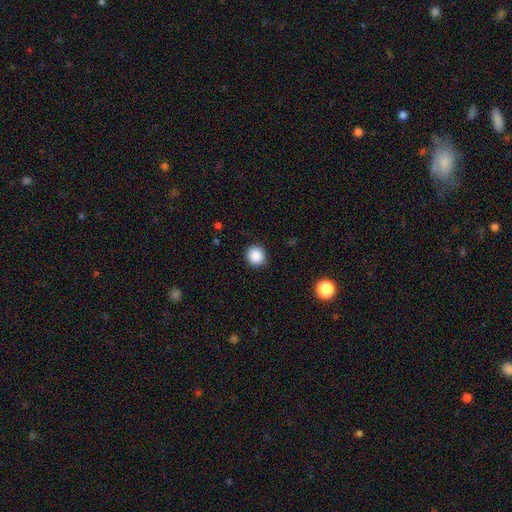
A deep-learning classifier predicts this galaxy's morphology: smooth_or_featured: smooth (p=0.88) [alt: star or artifact p=0.10]
how_rounded: round (p=0.90) [alt: in between p=0.09]
merging: none (p=0.90) [alt: minor disturbance p=0.07]